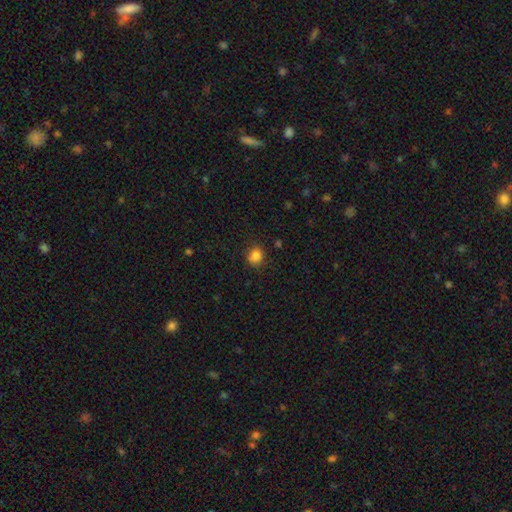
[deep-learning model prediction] Overall: smooth (84%). How rounded: round (69%; in between 30%). Merging: none (80%).